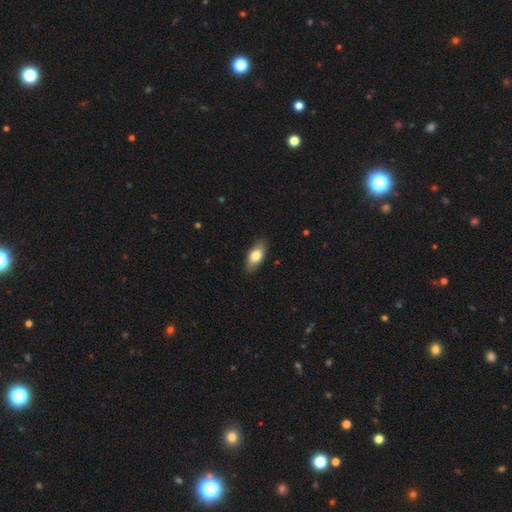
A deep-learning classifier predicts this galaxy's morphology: smooth_or_featured: smooth (p=0.78) [alt: featured or disk p=0.16]
how_rounded: in between (p=0.88) [alt: cigar-shaped p=0.09]
merging: none (p=0.87) [alt: minor disturbance p=0.10]